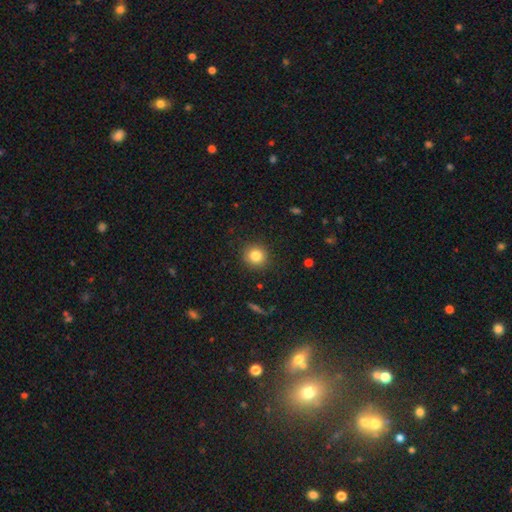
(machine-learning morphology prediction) smooth_or_featured: smooth (p=0.83) [alt: star or artifact p=0.11]
how_rounded: round (p=0.91) [alt: in between p=0.08]
merging: none (p=0.90) [alt: minor disturbance p=0.07]